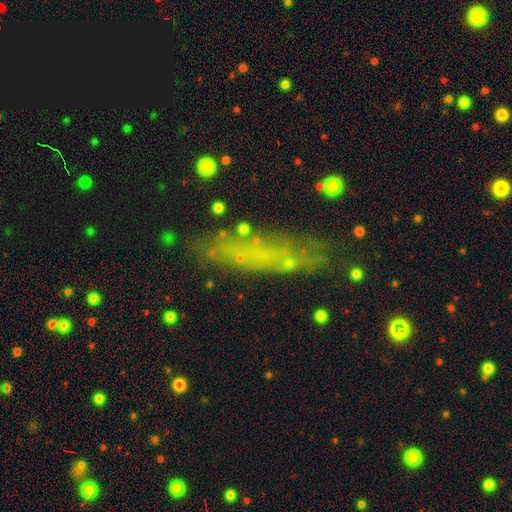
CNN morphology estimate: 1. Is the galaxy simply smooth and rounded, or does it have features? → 40% smooth, 35% featured or disk, 25% star or artifact.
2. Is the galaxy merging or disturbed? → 64% none, 18% minor disturbance, 11% major disturbance, 7% merger.